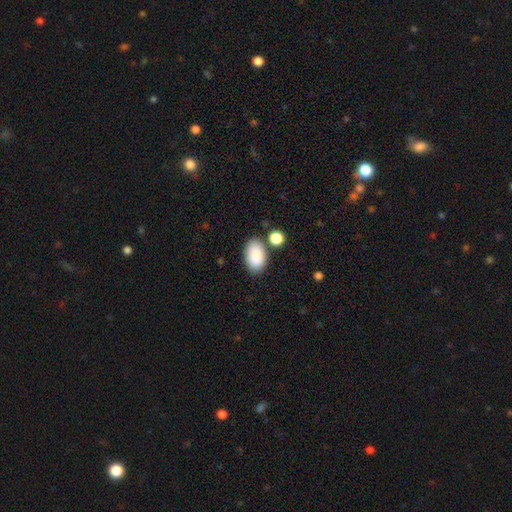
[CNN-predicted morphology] smooth_or_featured: smooth (p=0.89) [alt: star or artifact p=0.07]
how_rounded: in between (p=0.94) [alt: round p=0.05]
merging: none (p=0.75) [alt: minor disturbance p=0.12]